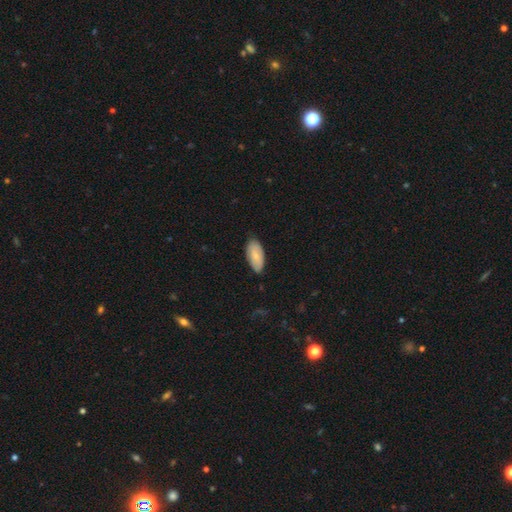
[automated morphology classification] Q: Smooth or featured?
A: smooth (77%); runner-up: featured or disk (17%)
Q: How rounded?
A: in between (92%); runner-up: cigar-shaped (6%)
Q: Merging?
A: none (77%); runner-up: minor disturbance (19%)